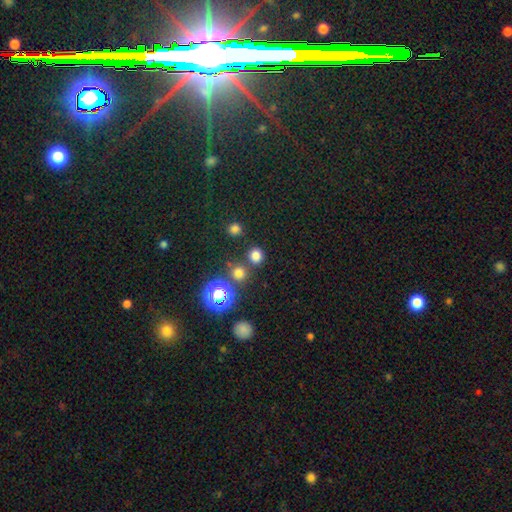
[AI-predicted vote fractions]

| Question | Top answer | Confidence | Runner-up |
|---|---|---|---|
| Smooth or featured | smooth | 74% | star or artifact (21%) |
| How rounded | round | 88% | in between (11%) |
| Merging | none | 79% | merger (10%) |